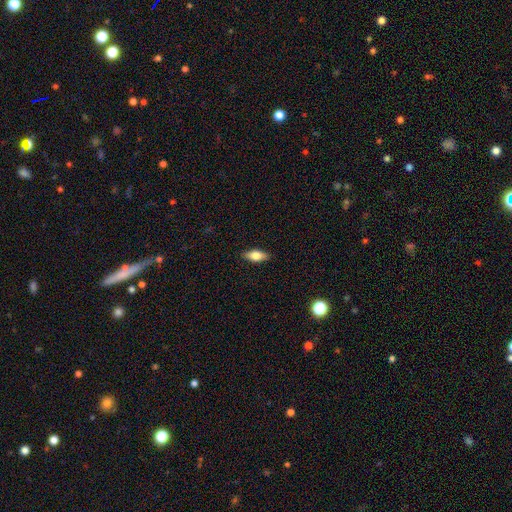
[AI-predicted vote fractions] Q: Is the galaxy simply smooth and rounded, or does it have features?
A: smooth — 69%.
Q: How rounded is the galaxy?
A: in between — 79%.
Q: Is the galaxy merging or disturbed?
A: none — 89%.